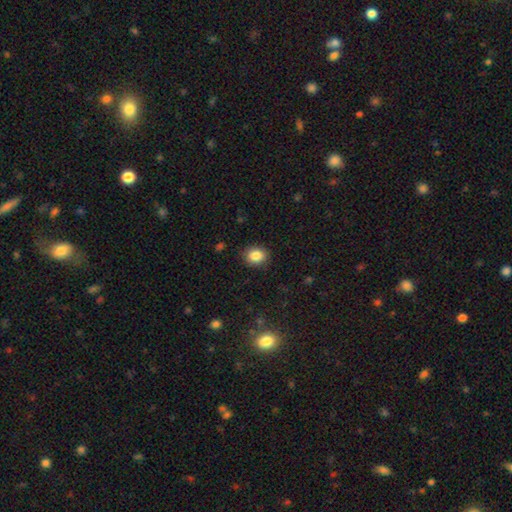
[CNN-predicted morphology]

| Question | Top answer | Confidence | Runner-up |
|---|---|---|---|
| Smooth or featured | smooth | 86% | star or artifact (9%) |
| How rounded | round | 59% | in between (40%) |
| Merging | none | 89% | minor disturbance (8%) |